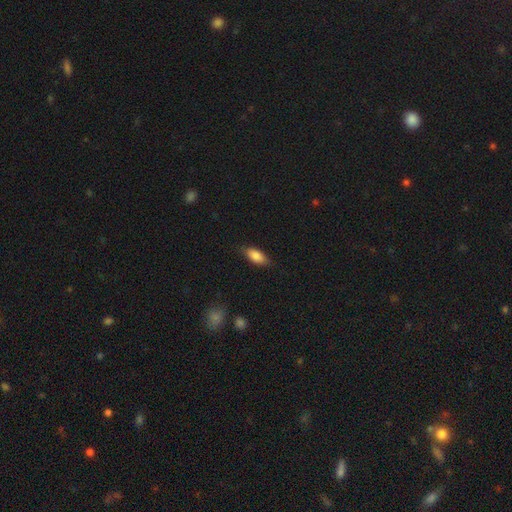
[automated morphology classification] The model was most divided on "merging": none: 80%, minor disturbance: 16%, major disturbance: 3%, merger: 1%. More confident: how rounded — in between (86%); smooth or featured — smooth (84%).